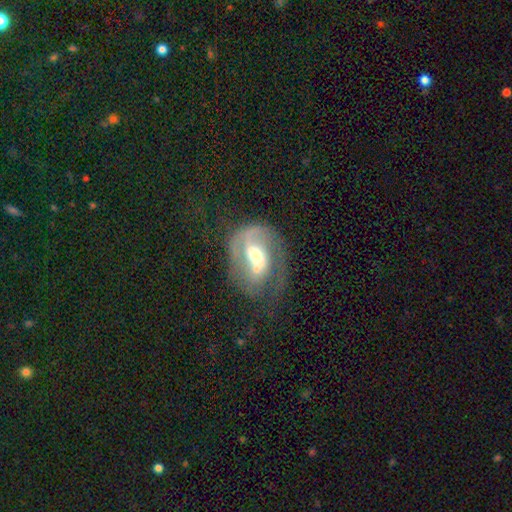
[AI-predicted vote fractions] A featured or disk galaxy (74%) with a weak bar (41%), 2 (41%) medium (43%) spiral arms (81%) and a moderate central bulge (63%). Merging: none (37%).